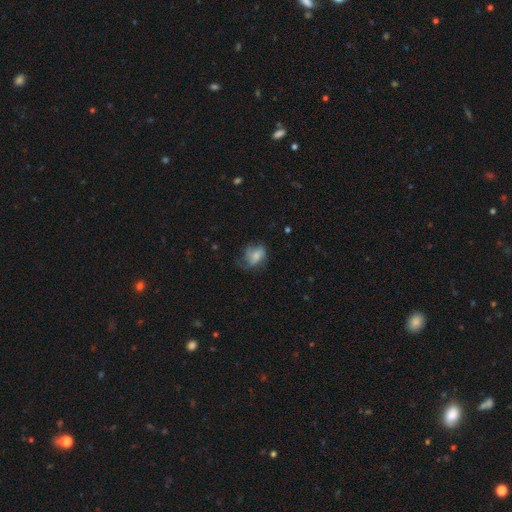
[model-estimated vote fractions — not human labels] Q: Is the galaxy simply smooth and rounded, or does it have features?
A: smooth — 50%.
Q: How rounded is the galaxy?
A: in between — 63%.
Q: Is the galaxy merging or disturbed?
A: none — 43%.